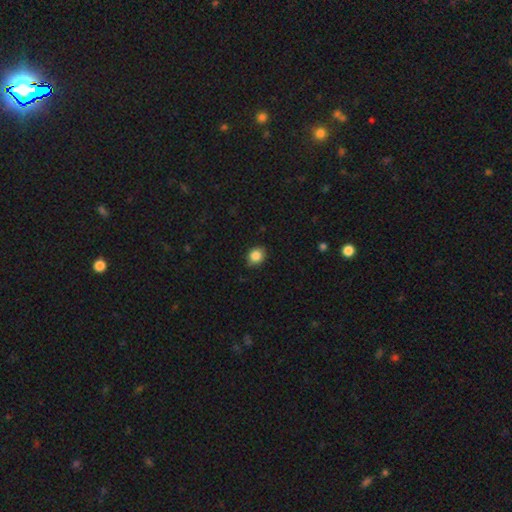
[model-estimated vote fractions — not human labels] smooth-or-featured: smooth: 86% | star or artifact: 9% | featured or disk: 5%
  how-rounded: round: 62% | in between: 37% | cigar-shaped: 1%
  merging: none: 82% | minor disturbance: 14% | major disturbance: 2% | merger: 1%